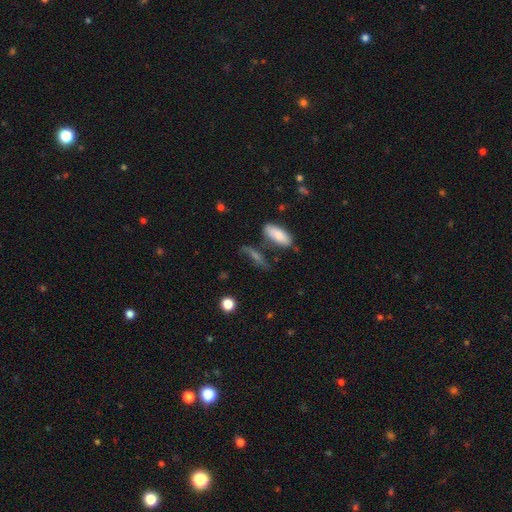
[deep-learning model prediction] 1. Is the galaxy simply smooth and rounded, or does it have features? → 50% smooth, 33% featured or disk, 17% star or artifact.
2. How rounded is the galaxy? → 47% cigar-shaped, 45% in between, 9% round.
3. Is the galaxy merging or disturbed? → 58% none, 19% minor disturbance, 13% merger, 10% major disturbance.